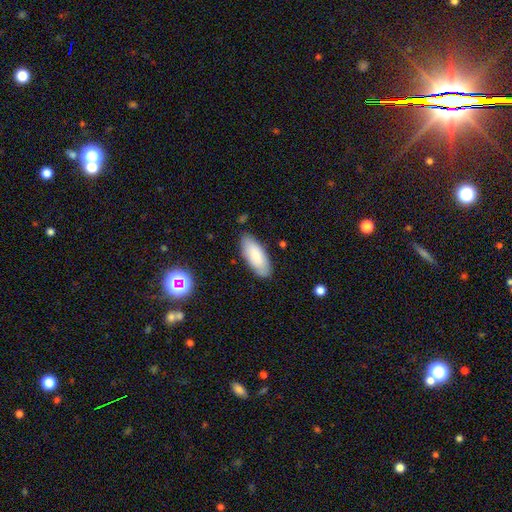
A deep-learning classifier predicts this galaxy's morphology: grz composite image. It shows a smooth galaxy with no disk features (82%) that is in between round and cigar-shaped (83%). Merging: none (84%).